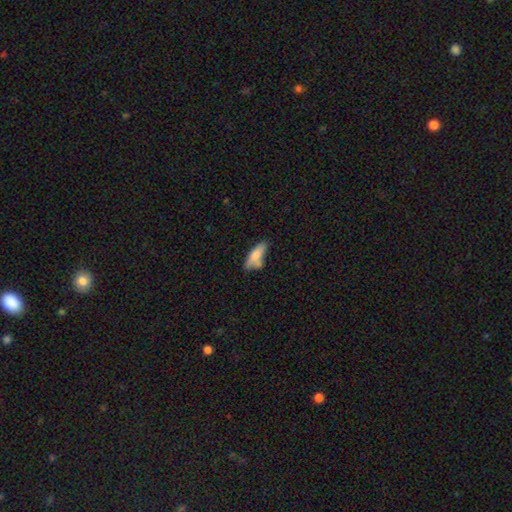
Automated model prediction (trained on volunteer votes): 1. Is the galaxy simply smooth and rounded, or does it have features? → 75% smooth, 18% featured or disk, 7% star or artifact.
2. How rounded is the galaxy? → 65% in between, 32% cigar-shaped, 3% round.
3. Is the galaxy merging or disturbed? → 49% none, 25% minor disturbance, 17% merger, 8% major disturbance.